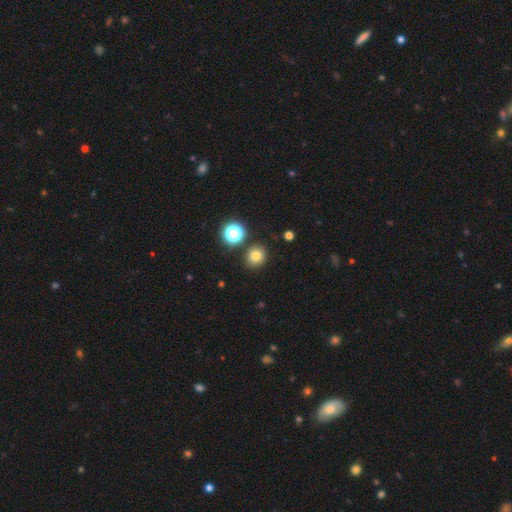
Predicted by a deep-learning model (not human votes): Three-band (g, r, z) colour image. It shows a smooth galaxy with no disk features (77%) that is round (84%). Merging: none (85%).